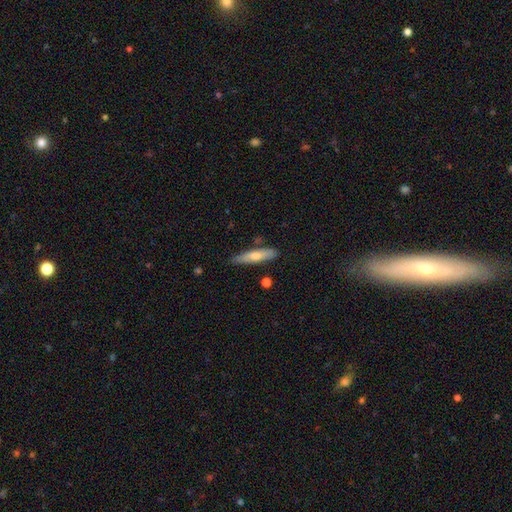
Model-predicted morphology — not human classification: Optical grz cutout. It shows a smooth galaxy with no disk features (65%) that is cigar-shaped (78%). Merging: none (76%).